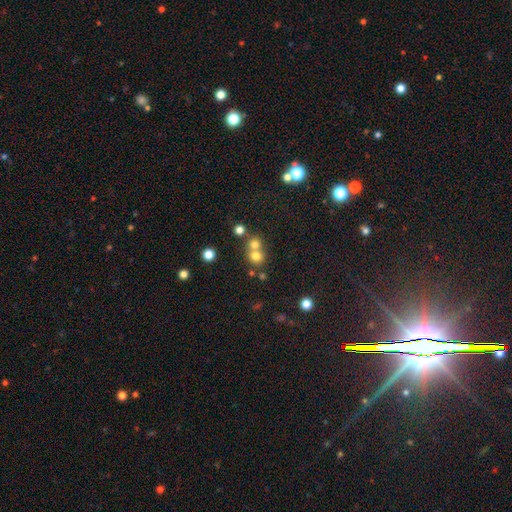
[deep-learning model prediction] smooth_or_featured: smooth (p=0.73) [alt: star or artifact p=0.16]
how_rounded: round (p=0.84) [alt: in between p=0.15]
merging: merger (p=0.47) [alt: none p=0.45]